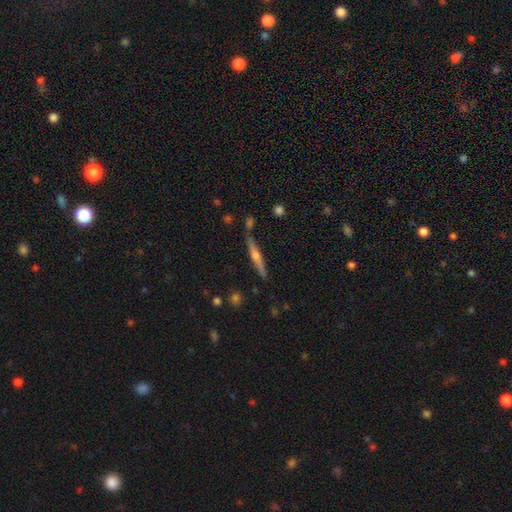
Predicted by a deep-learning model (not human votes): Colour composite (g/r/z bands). It shows a featured or disk galaxy (63%) viewed edge-on (97%) with a rounded central bulge (84%). Merging: none (83%).